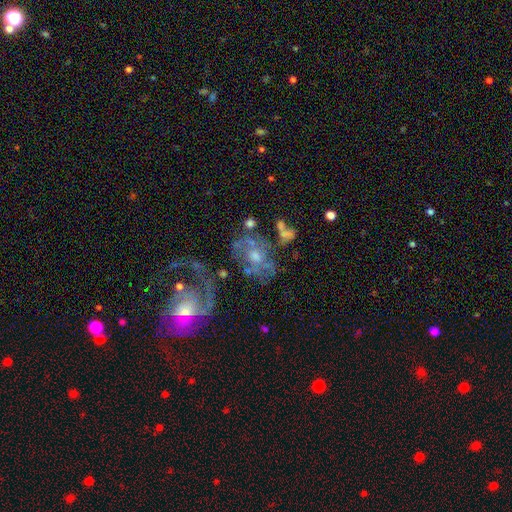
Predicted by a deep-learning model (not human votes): Smooth or featured? featured or disk (73%)
Edge-on disk? no (96%)
Bar? no (72%)
Spiral arms? yes (70%)
Bulge size? moderate (50%)
Merging? none (39%)